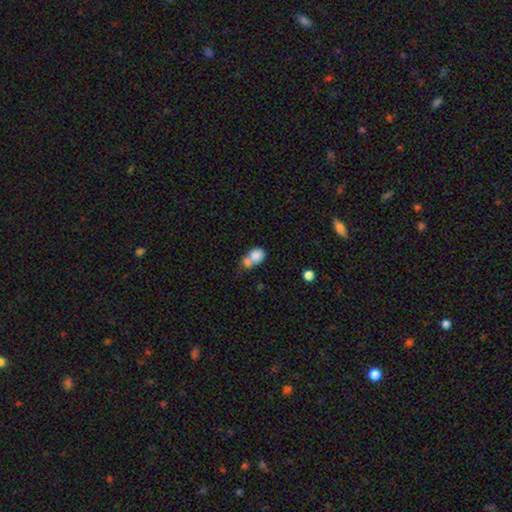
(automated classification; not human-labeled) Overall: smooth (81%). How rounded: round (52%; in between 47%). Merging: merger (60%; none 24%).